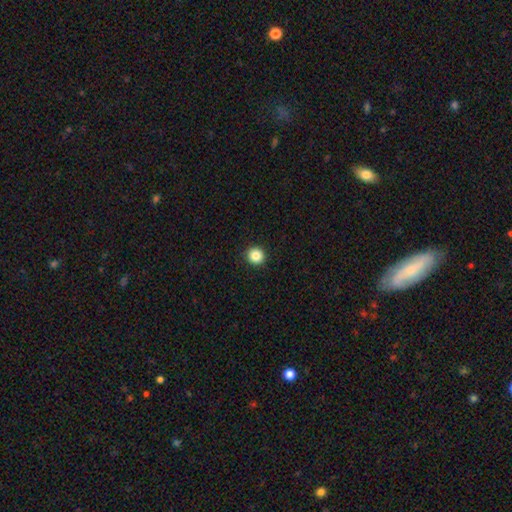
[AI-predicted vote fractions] smooth_or_featured: smooth (p=0.86) [alt: star or artifact p=0.11]
how_rounded: round (p=0.94) [alt: in between p=0.05]
merging: none (p=0.93) [alt: minor disturbance p=0.04]